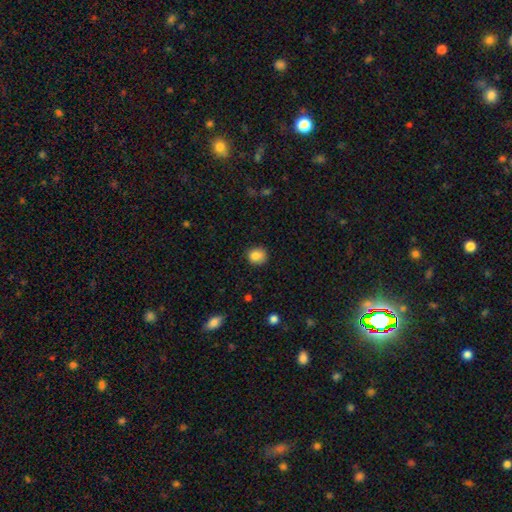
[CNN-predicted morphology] smooth_or_featured: smooth (p=0.85) [alt: star or artifact p=0.10]
how_rounded: round (p=0.80) [alt: in between p=0.19]
merging: none (p=0.82) [alt: minor disturbance p=0.14]